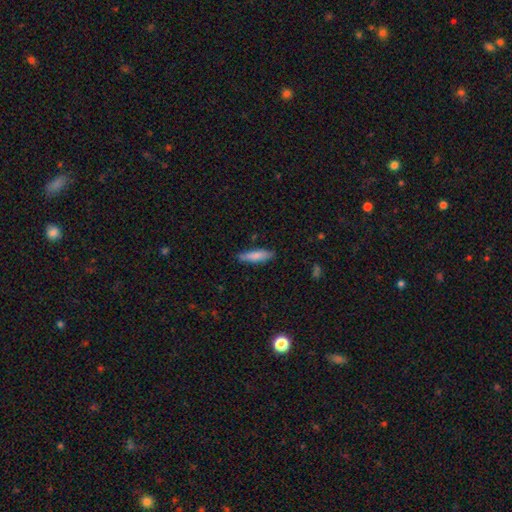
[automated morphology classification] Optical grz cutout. It shows a smooth galaxy with no disk features (79%) that is cigar-shaped (71%). Merging: none (84%).